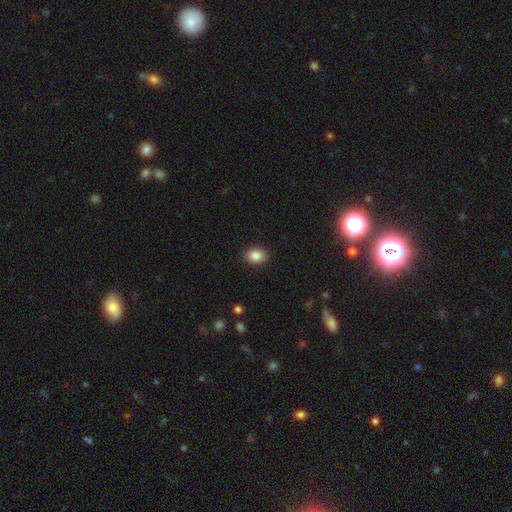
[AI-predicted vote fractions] The model was most divided on "how rounded": in between: 61%, round: 38%, cigar-shaped: 1%. More confident: merging — none (89%); smooth or featured — smooth (86%).